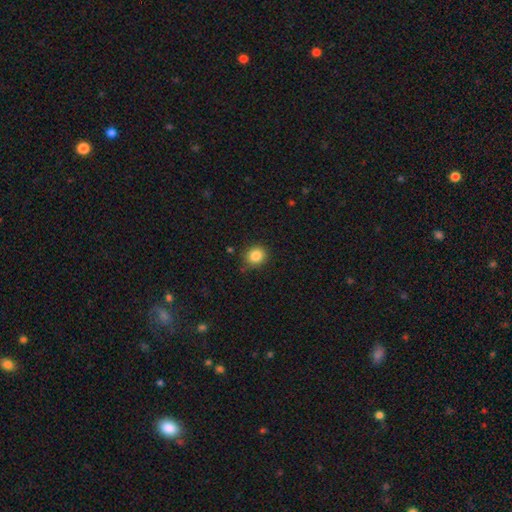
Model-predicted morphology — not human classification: smooth_or_featured: smooth (p=0.85) [alt: star or artifact p=0.10]
how_rounded: round (p=0.82) [alt: in between p=0.17]
merging: none (p=0.86) [alt: minor disturbance p=0.09]